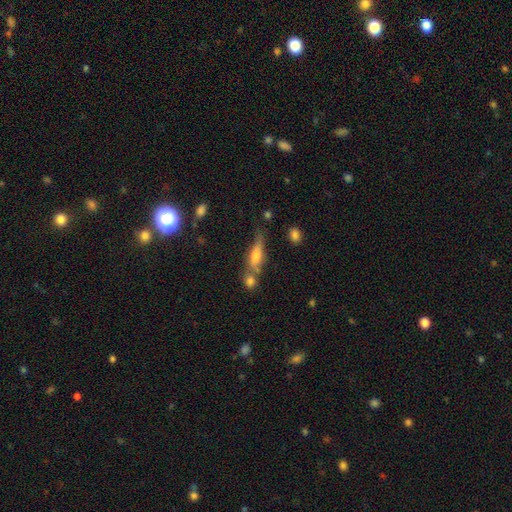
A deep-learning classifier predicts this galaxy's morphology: type=smooth (54%); roundness=cigar-shaped (58%); merging=none (45%).